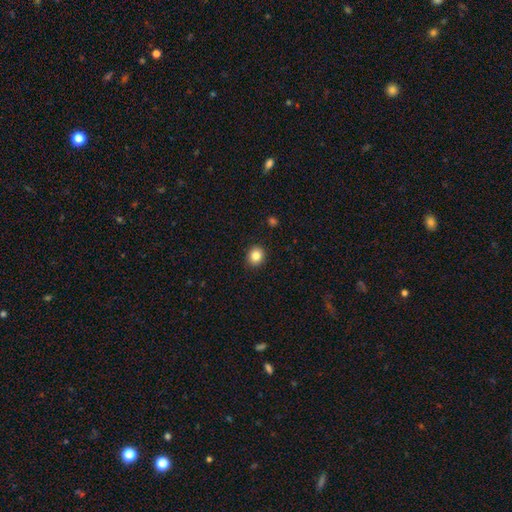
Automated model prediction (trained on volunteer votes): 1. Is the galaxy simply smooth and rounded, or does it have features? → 84% smooth, 10% star or artifact, 6% featured or disk.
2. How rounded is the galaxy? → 78% round, 21% in between, 1% cigar-shaped.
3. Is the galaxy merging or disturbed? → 92% none, 6% minor disturbance, 2% major disturbance, 1% merger.